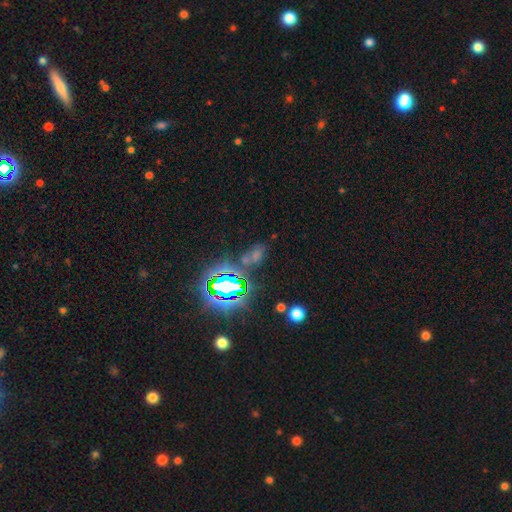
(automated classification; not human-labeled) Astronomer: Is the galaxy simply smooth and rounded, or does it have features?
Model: star or artifact — 63%.